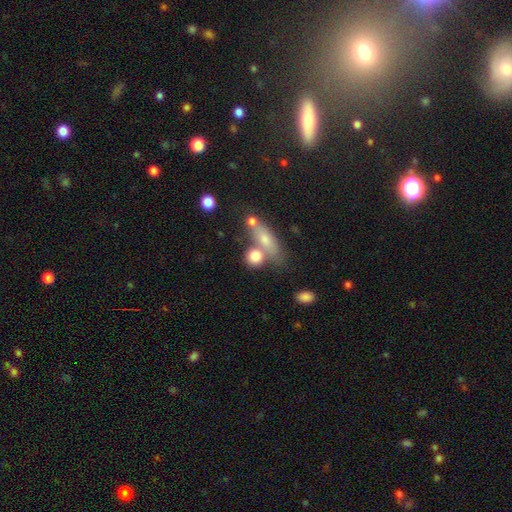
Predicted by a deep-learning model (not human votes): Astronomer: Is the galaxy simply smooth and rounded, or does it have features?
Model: smooth — 76%.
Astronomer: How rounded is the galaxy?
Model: round — 53% (runner-up: in between, 35%).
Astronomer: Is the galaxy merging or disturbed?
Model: none — 45% (runner-up: merger, 36%).